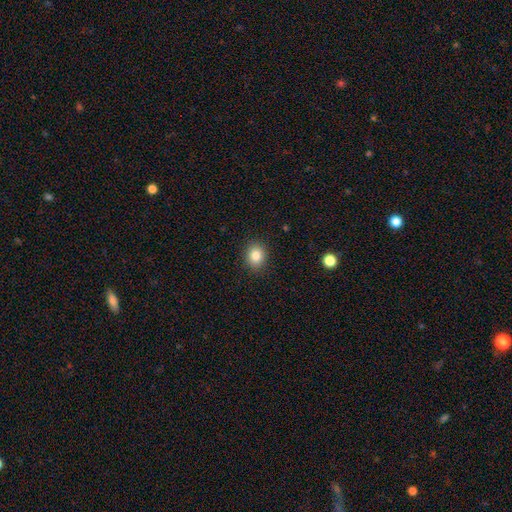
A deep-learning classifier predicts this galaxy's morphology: smooth-or-featured: smooth: 84% | star or artifact: 10% | featured or disk: 6%
  how-rounded: round: 58% | in between: 41% | cigar-shaped: 1%
  merging: none: 89% | minor disturbance: 7% | major disturbance: 2% | merger: 1%